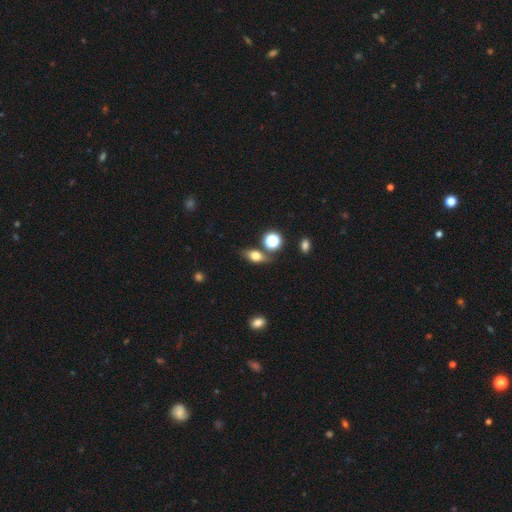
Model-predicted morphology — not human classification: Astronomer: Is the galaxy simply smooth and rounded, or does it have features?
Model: smooth — 68%.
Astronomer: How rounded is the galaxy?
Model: in between — 70%.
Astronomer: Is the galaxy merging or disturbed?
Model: none — 71%.